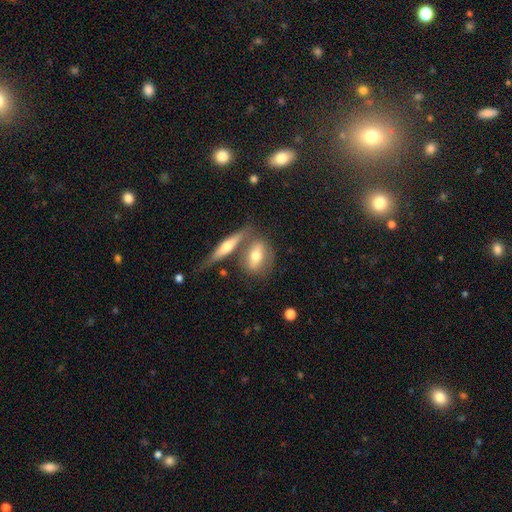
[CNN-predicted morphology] This appears to be a smooth galaxy with no disk features (54%) that is in between round and cigar-shaped (66%). Merging: none (48%).